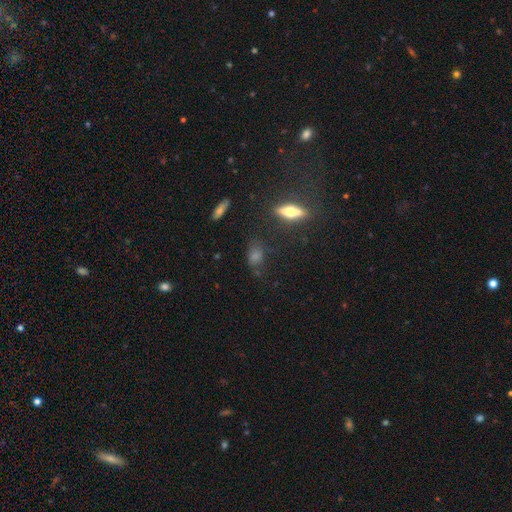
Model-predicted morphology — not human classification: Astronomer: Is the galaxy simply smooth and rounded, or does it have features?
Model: smooth — 50% (runner-up: star or artifact, 26%).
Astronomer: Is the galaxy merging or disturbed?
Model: none — 69%.